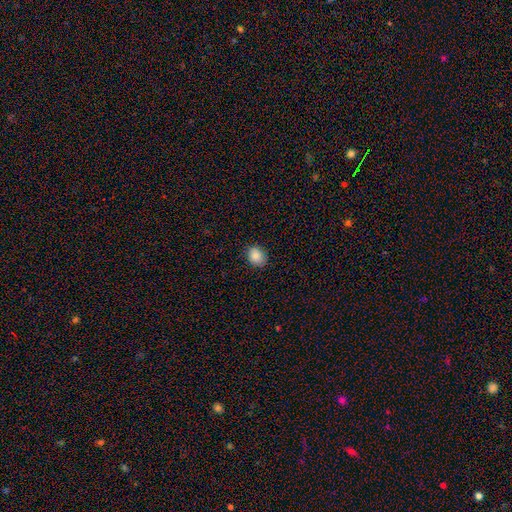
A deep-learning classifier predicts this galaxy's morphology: This appears to be a smooth galaxy with no disk features (85%) that is round (53%). Merging: none (85%).